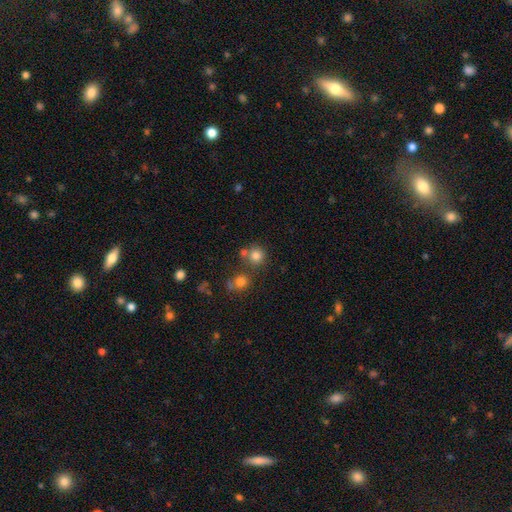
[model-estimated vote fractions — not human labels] Smooth or featured?
  - smooth: 79% *
  - star or artifact: 14%
  - featured or disk: 7%
How rounded?
  - round: 91% *
  - in between: 8%
  - cigar-shaped: 1%
Merging?
  - none: 67% *
  - merger: 21%
  - minor disturbance: 9%
  - major disturbance: 3%